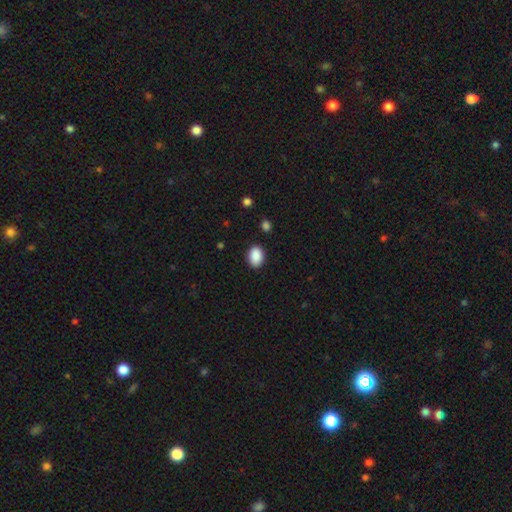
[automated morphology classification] smooth-or-featured: smooth: 90% | star or artifact: 7% | featured or disk: 3%
  how-rounded: in between: 81% | round: 18% | cigar-shaped: 1%
  merging: none: 87% | minor disturbance: 9% | major disturbance: 2% | merger: 2%